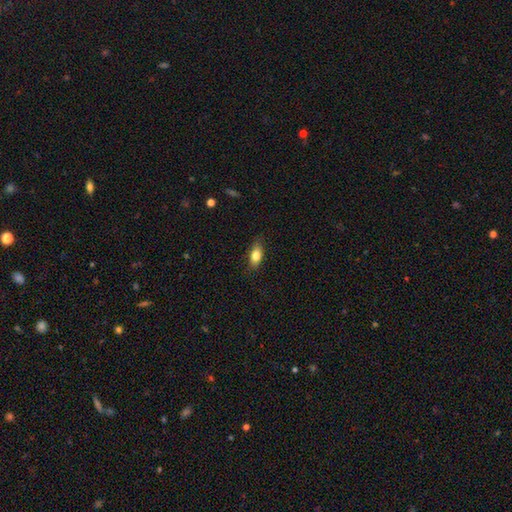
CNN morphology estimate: Smooth or featured: smooth — 79% (featured or disk — 13%)
How rounded: in between — 81% (cigar-shaped — 13%)
Merging: none — 79% (minor disturbance — 17%)